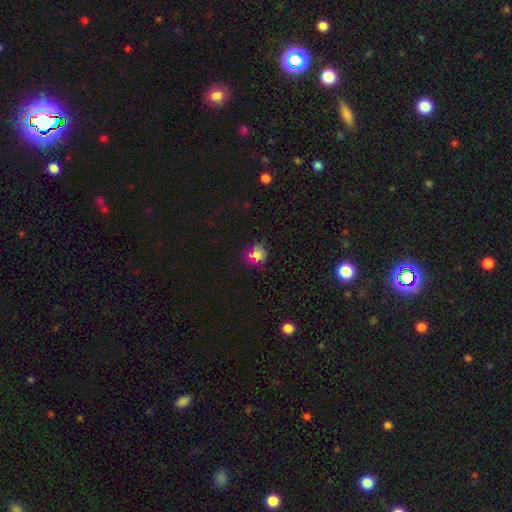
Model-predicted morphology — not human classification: This appears to be a smooth galaxy with no disk features (64%) that is round (83%). Merging: none (78%).